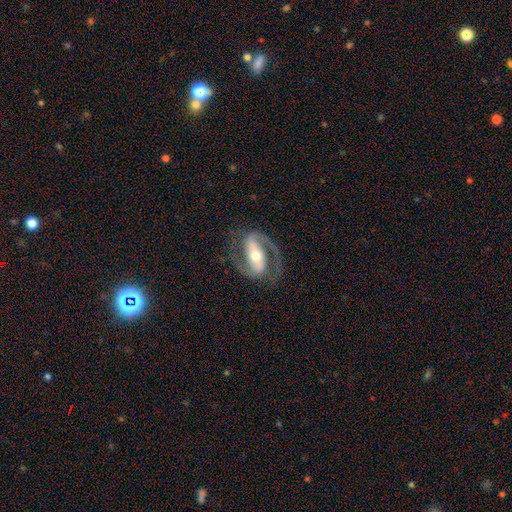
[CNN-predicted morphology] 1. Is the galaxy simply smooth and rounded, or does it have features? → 89% featured or disk, 7% smooth, 4% star or artifact.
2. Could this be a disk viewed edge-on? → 95% no, 5% yes.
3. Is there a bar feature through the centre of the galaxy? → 62% strong, 24% weak, 14% no.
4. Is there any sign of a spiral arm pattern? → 95% yes, 5% no.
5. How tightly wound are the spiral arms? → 54% medium, 25% tight, 20% loose.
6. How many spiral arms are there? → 89% 2, 5% 1, 3% can't tell, 1% 3, 1% 4, 1% more than 4.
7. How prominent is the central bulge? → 66% moderate, 22% small, 9% large, 1% dominant, 1% none.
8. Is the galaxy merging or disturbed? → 76% none, 13% minor disturbance, 10% major disturbance, 1% merger.